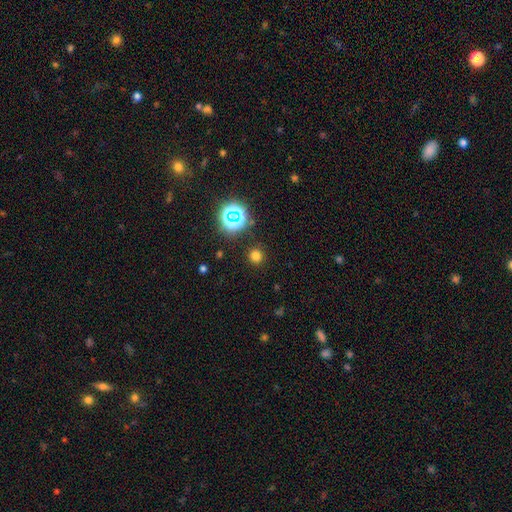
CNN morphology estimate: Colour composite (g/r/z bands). It shows a smooth galaxy with no disk features (71%) that is round (93%). Merging: none (90%).